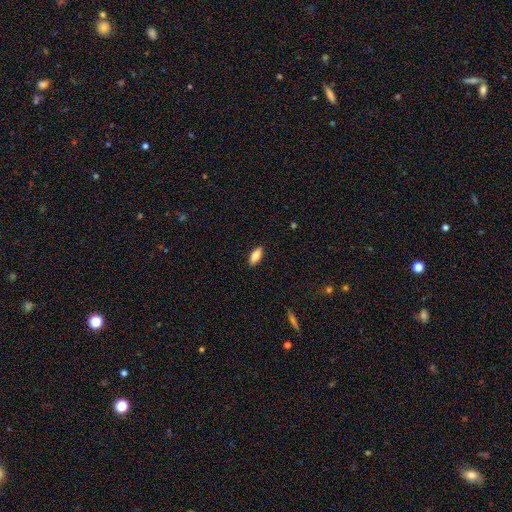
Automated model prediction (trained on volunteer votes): The model was most divided on "how rounded": in between: 80%, cigar-shaped: 18%, round: 2%. More confident: merging — none (89%); smooth or featured — smooth (80%).